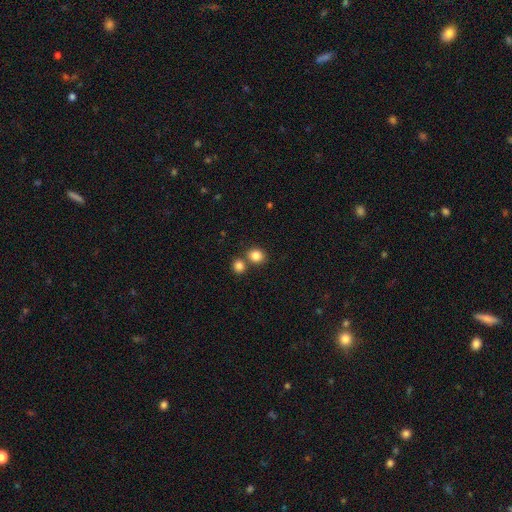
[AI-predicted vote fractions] Smooth or featured? smooth (84%)
How rounded? round (76%)
Merging? none (64%)